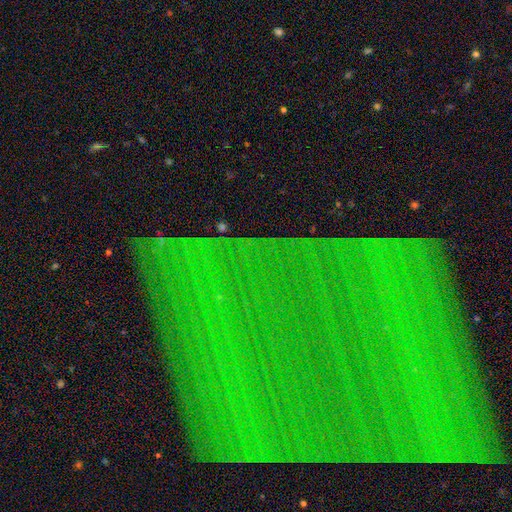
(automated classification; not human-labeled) star or artifact 84%, featured or disk 9%, smooth 7%.